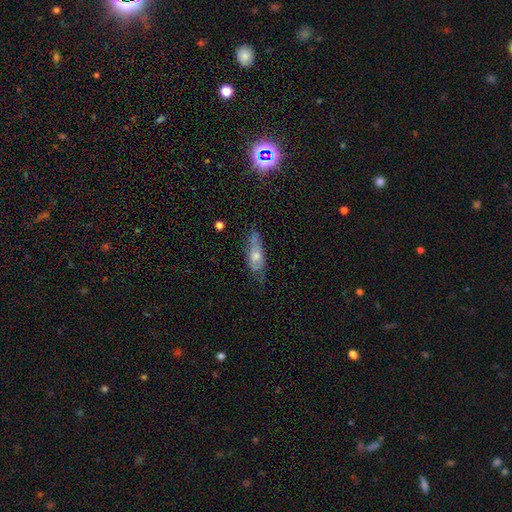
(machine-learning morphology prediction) Q: Smooth or featured?
A: smooth (51%); runner-up: featured or disk (40%)
Q: How rounded?
A: in between (55%); runner-up: cigar-shaped (42%)
Q: Merging?
A: none (53%); runner-up: minor disturbance (31%)